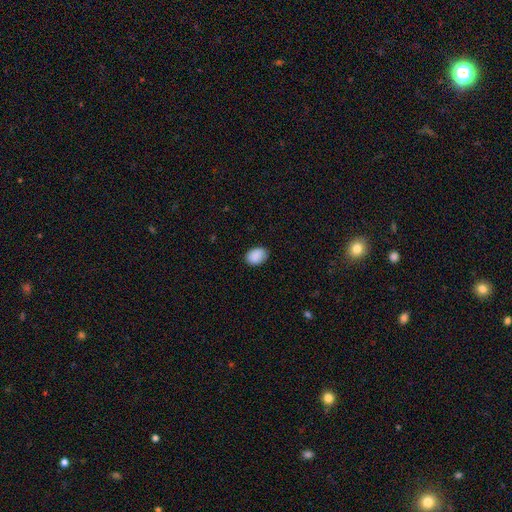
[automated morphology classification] Smooth or featured: smooth — 90% (star or artifact — 7%)
How rounded: in between — 75% (round — 24%)
Merging: none — 83% (minor disturbance — 13%)